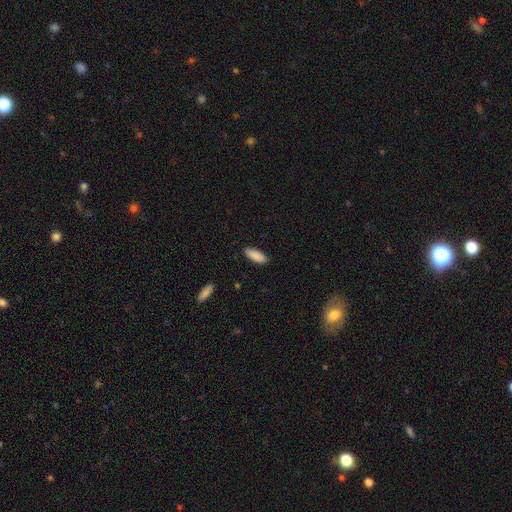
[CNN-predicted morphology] smooth 89%, star or artifact 6%, featured or disk 4%. Down the decision tree: how rounded — in between (73%); merging — none (88%).